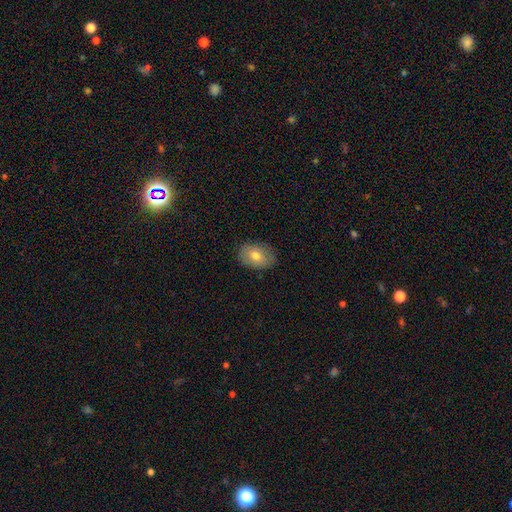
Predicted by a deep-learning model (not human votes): smooth-or-featured: smooth: 73% | featured or disk: 19% | star or artifact: 8%
  how-rounded: in between: 80% | round: 19% | cigar-shaped: 1%
  merging: none: 83% | minor disturbance: 13% | major disturbance: 3% | merger: 1%